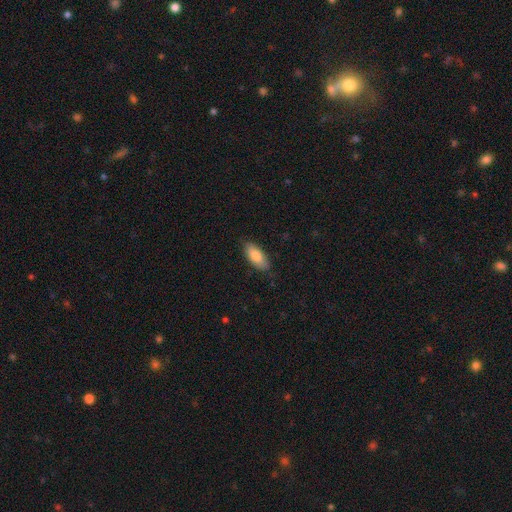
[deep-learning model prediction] Smooth or featured? smooth (81%)
How rounded? in between (83%)
Merging? none (82%)